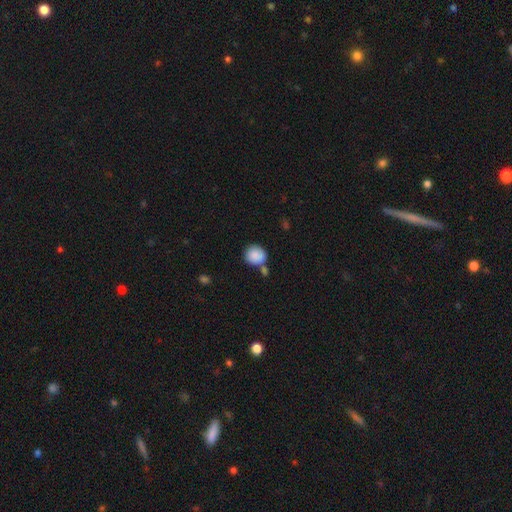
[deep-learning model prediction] Smooth or featured? smooth (87%)
How rounded? round (82%)
Merging? none (59%)